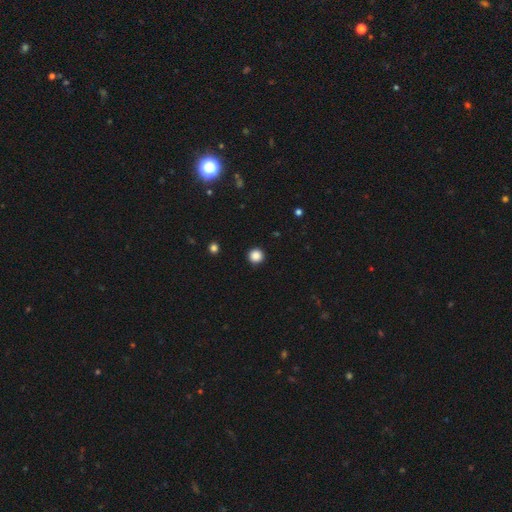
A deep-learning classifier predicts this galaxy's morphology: Q: Smooth or featured?
A: smooth (87%); runner-up: star or artifact (11%)
Q: How rounded?
A: round (96%); runner-up: in between (3%)
Q: Merging?
A: none (93%); runner-up: minor disturbance (4%)